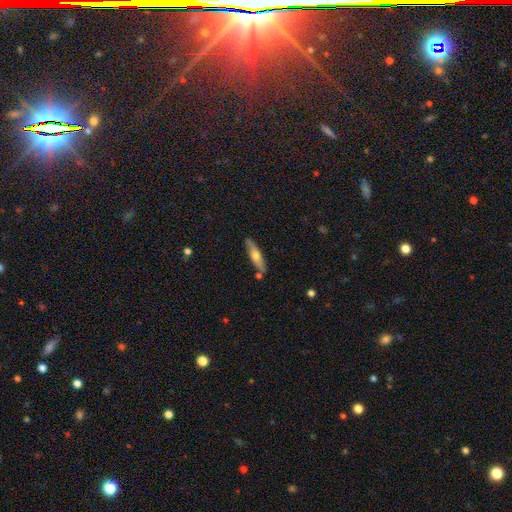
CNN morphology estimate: Smooth or featured? smooth (48%)
Merging? none (81%)